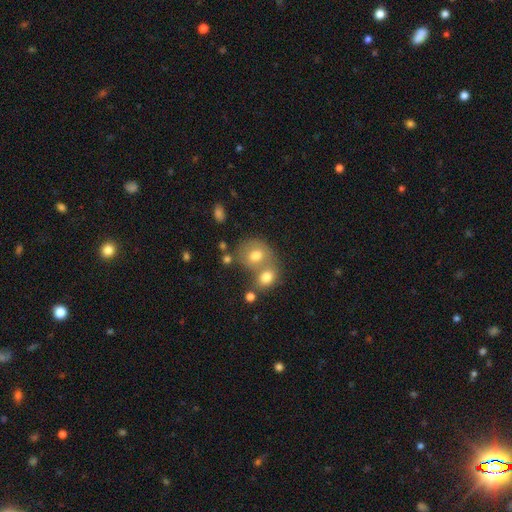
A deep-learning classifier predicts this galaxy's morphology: Smooth or featured?
  - smooth: 71% *
  - featured or disk: 18%
  - star or artifact: 11%
How rounded?
  - round: 65% *
  - in between: 34%
  - cigar-shaped: 1%
Merging?
  - merger: 48% *
  - none: 38%
  - minor disturbance: 10%
  - major disturbance: 4%